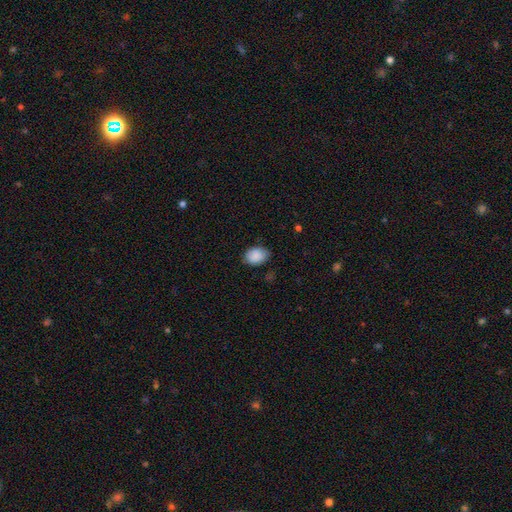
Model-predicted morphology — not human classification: This is clearly a smooth galaxy (89%). How rounded: likely in between (71%). Merging: likely none (77%).